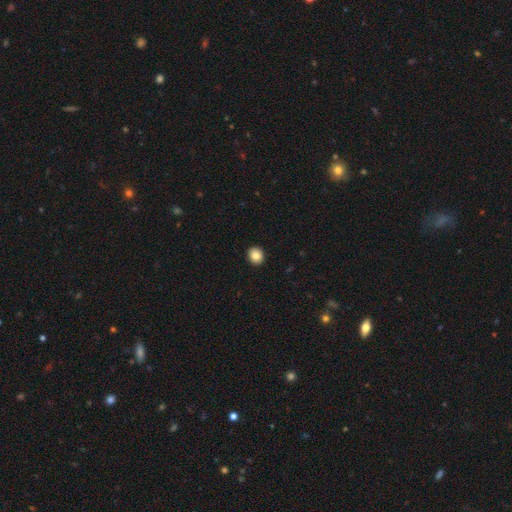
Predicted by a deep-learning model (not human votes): Overall: smooth (86%). How rounded: round (76%). Merging: none (93%).